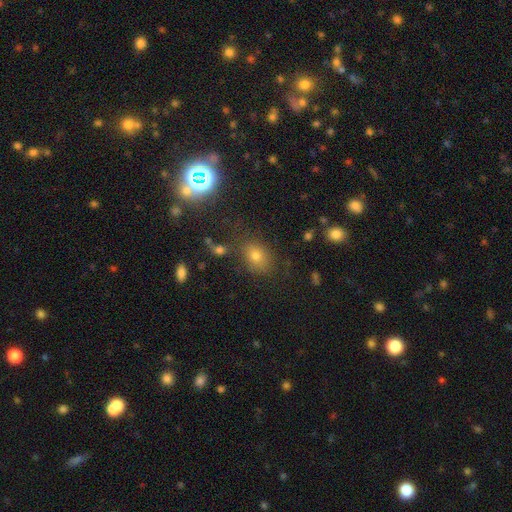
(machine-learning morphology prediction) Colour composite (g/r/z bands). It shows a smooth galaxy with no disk features (65%) that is in between round and cigar-shaped (59%). Merging: none (77%).